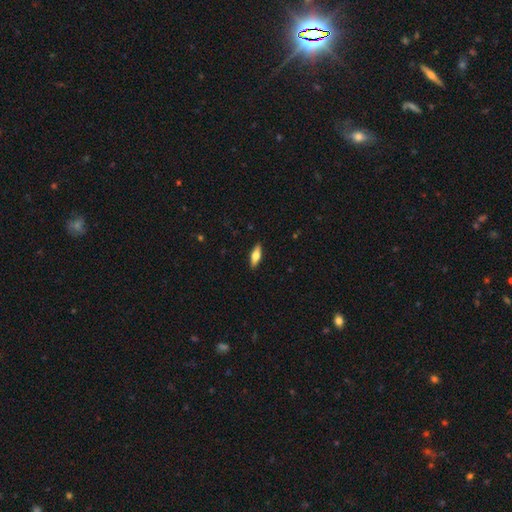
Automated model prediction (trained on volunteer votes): Smooth or featured: smooth — 62% (featured or disk — 33%)
How rounded: in between — 59% (cigar-shaped — 39%)
Merging: none — 90% (minor disturbance — 7%)